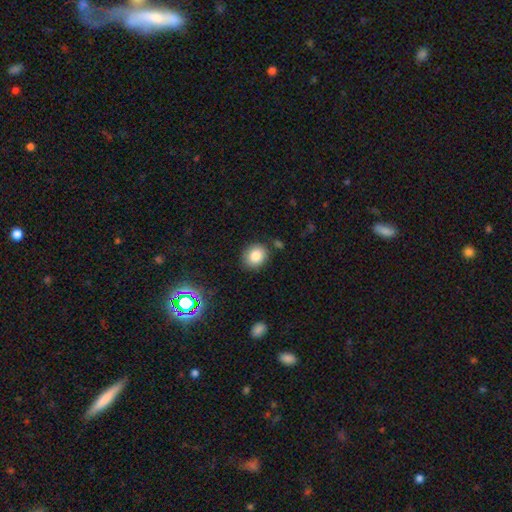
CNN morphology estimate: A smooth galaxy with no disk features (84%) that is round (68%). Merging: none (84%).